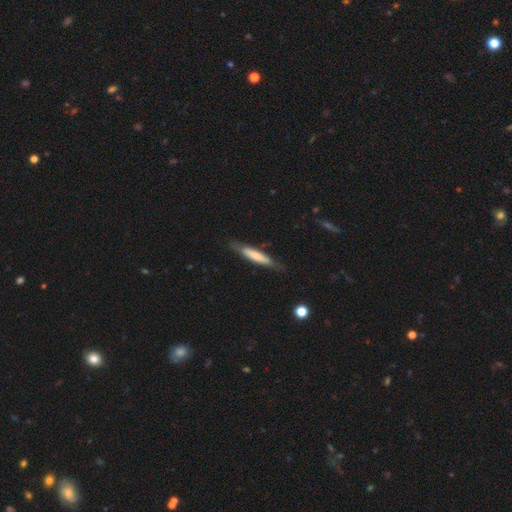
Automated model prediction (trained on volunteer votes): Morphology: type=smooth (64%); roundness=cigar-shaped (86%); merging=none (80%).